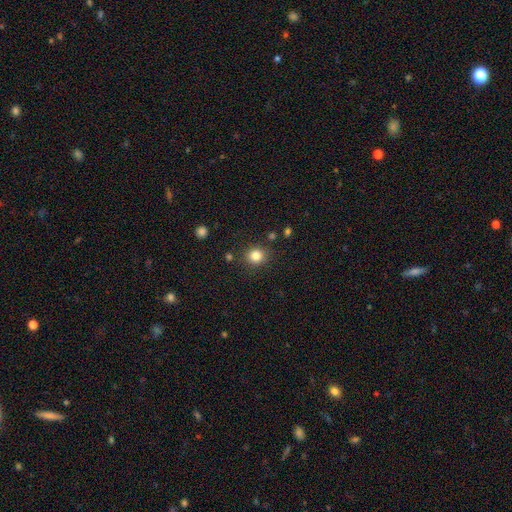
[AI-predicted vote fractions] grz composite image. It shows a smooth galaxy with no disk features (82%) that is round (87%). Merging: none (86%).